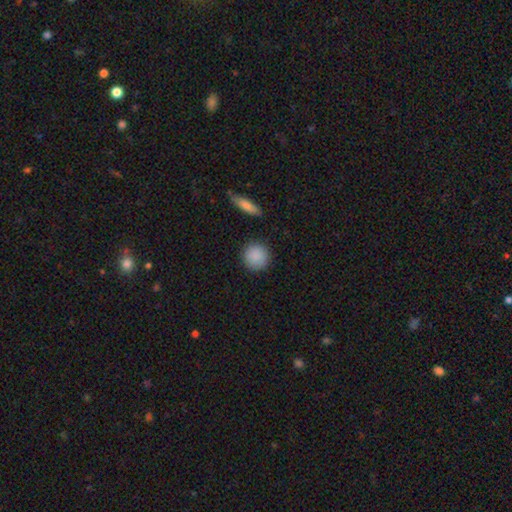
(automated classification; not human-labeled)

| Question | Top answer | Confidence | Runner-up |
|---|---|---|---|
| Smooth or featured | smooth | 89% | star or artifact (7%) |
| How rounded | round | 93% | in between (6%) |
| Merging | none | 90% | minor disturbance (7%) |